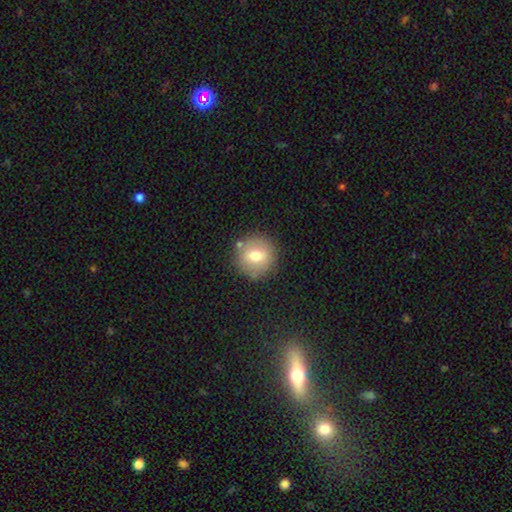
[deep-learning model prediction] Smooth or featured?
  - smooth: 68% *
  - featured or disk: 22%
  - star or artifact: 10%
How rounded?
  - round: 92% *
  - in between: 7%
  - cigar-shaped: 1%
Merging?
  - none: 82% *
  - minor disturbance: 10%
  - merger: 4%
  - major disturbance: 3%